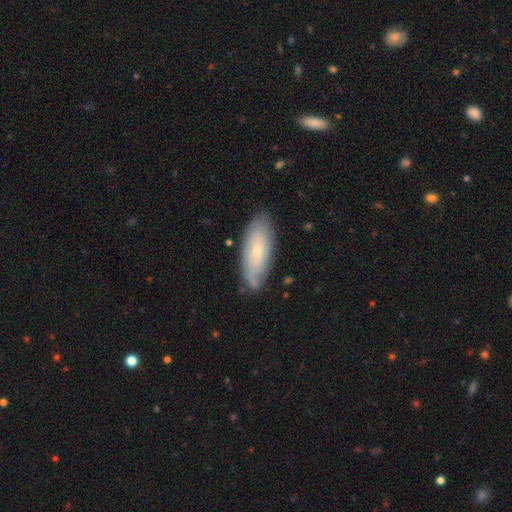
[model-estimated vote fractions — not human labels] Morphology: type=smooth (48%); merging=none (80%).